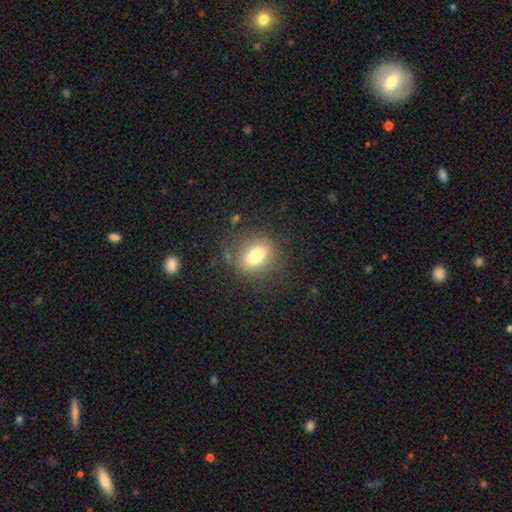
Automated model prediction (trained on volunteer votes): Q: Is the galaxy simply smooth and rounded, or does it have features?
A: smooth — 74%.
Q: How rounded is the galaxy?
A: round — 49%, tied with in between.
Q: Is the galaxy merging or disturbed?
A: none — 80%.